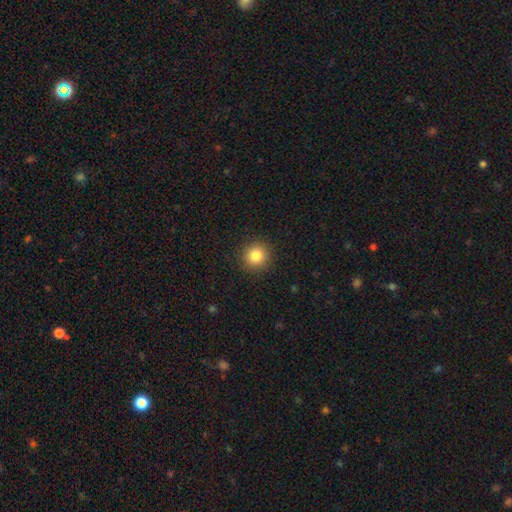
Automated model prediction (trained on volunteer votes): The model was most divided on "smooth or featured": smooth: 84%, star or artifact: 10%, featured or disk: 6%. More confident: how rounded — round (93%); merging — none (91%).